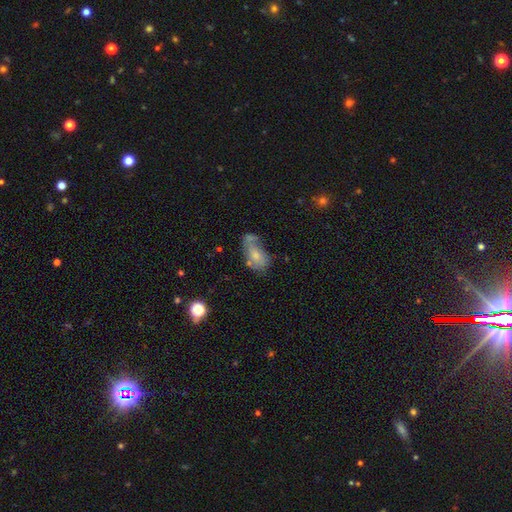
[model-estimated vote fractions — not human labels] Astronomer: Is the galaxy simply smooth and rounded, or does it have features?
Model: smooth — 57% (runner-up: featured or disk, 34%).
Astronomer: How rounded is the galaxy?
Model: in between — 89%.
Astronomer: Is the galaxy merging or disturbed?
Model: none — 35% (runner-up: minor disturbance, 27%).